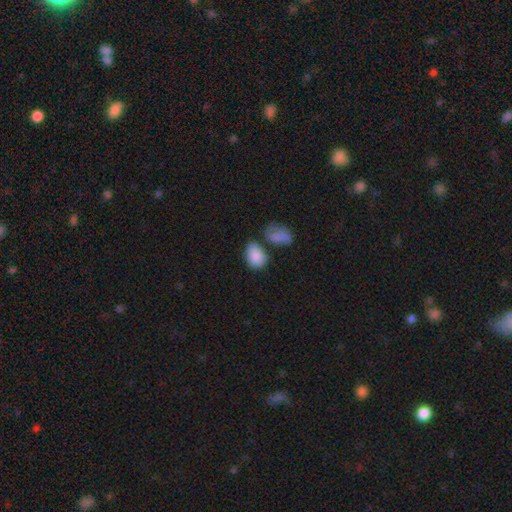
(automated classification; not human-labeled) smooth_or_featured: smooth (p=0.86) [alt: star or artifact p=0.08]
how_rounded: in between (p=0.84) [alt: round p=0.15]
merging: none (p=0.53) [alt: merger p=0.21]